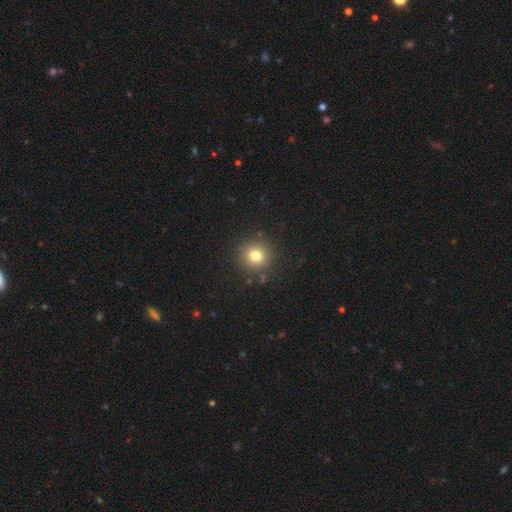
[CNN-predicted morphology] smooth-or-featured: smooth: 78% | star or artifact: 14% | featured or disk: 8%
  how-rounded: round: 93% | in between: 6% | cigar-shaped: 1%
  merging: none: 89% | minor disturbance: 7% | major disturbance: 3% | merger: 2%